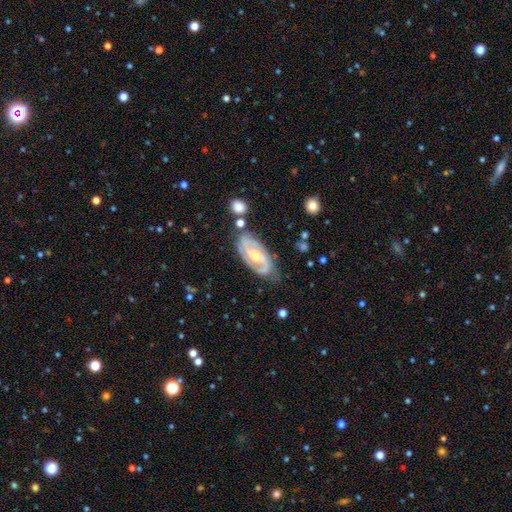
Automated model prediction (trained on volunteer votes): featured or disk 87%, smooth 8%, star or artifact 5%. Down the decision tree: edge-on disk — no (94%); bar — weak (43%); spiral arms — yes (95%); spiral arm count — 2 (79%); spiral winding — tight (52%); bulge size — moderate (62%); merging — none (71%).